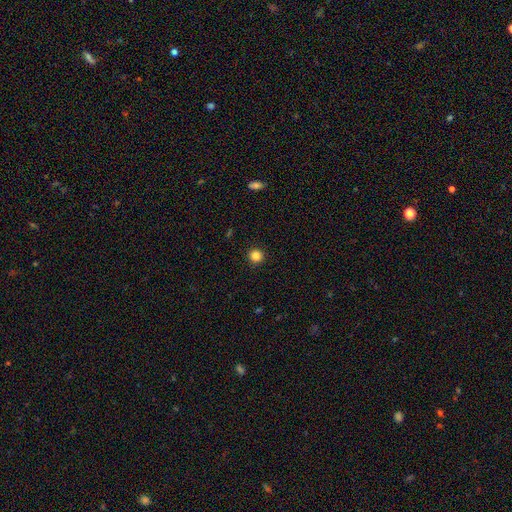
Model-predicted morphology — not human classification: smooth_or_featured: smooth (p=0.84) [alt: star or artifact p=0.12]
how_rounded: round (p=0.95) [alt: in between p=0.04]
merging: none (p=0.93) [alt: minor disturbance p=0.04]